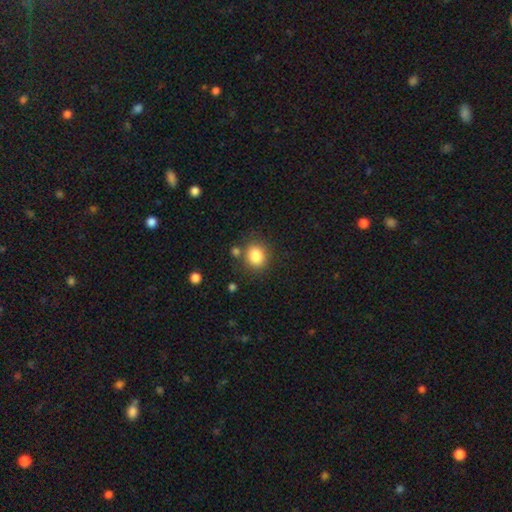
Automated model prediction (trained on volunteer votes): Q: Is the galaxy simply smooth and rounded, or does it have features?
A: smooth — 84%.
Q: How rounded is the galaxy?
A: round — 77%.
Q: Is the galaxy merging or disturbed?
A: none — 78%.